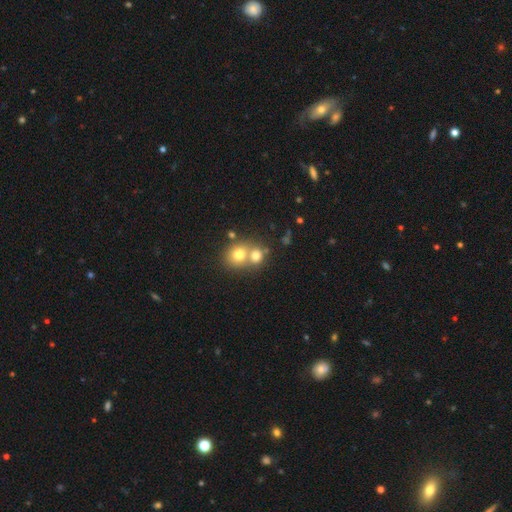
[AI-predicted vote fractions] Smooth or featured? smooth (73%)
How rounded? round (75%)
Merging? merger (59%)